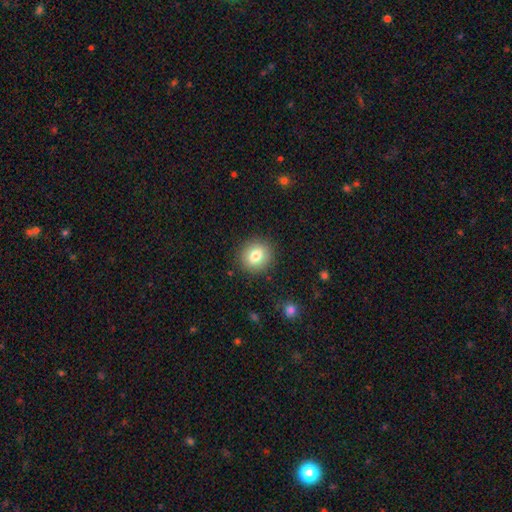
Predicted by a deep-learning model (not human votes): smooth-or-featured: smooth: 79% | featured or disk: 11% | star or artifact: 10%
  how-rounded: round: 79% | in between: 20% | cigar-shaped: 1%
  merging: none: 89% | minor disturbance: 7% | major disturbance: 2% | merger: 1%